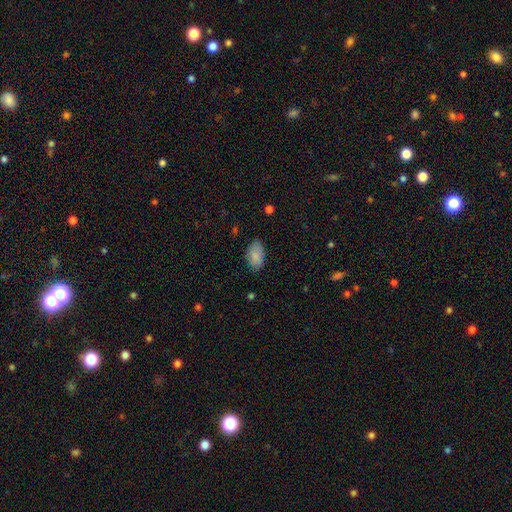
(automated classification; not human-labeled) The model was most divided on "merging": none: 80%, minor disturbance: 16%, major disturbance: 3%, merger: 1%. More confident: how rounded — in between (92%); smooth or featured — smooth (86%).